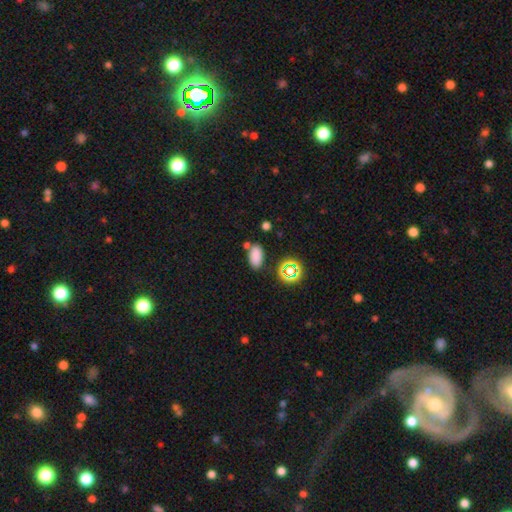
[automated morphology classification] Overall: smooth (79%). How rounded: in between (91%). Merging: none (70%).